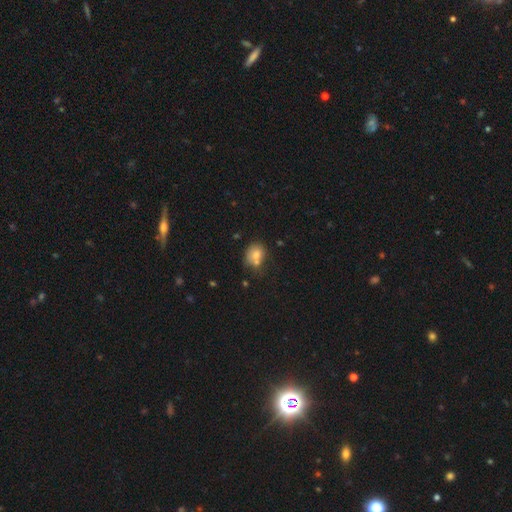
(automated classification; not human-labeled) smooth-or-featured: smooth: 74% | featured or disk: 15% | star or artifact: 11%
  how-rounded: round: 55% | in between: 44% | cigar-shaped: 1%
  merging: none: 46% | merger: 28% | minor disturbance: 19% | major disturbance: 7%